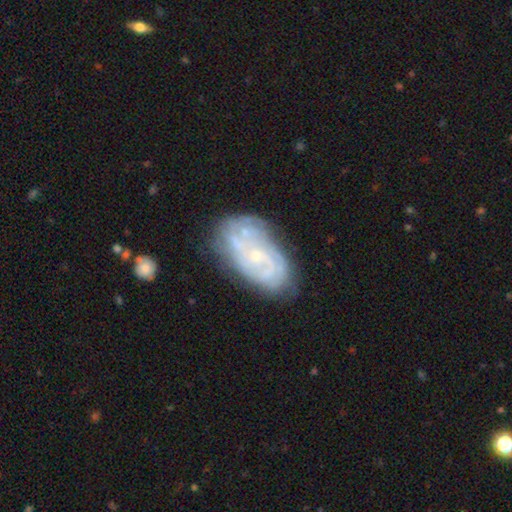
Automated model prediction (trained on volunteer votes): This appears to be a featured or disk galaxy (75%) with no bar (77%), tight (62%) spiral arms (79%) and a small central bulge (77%). Merging: none (60%).